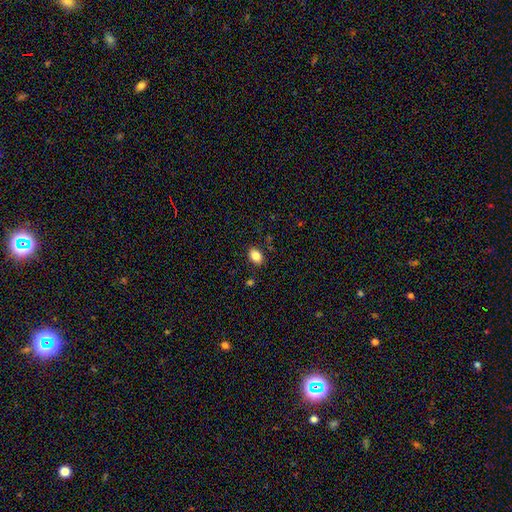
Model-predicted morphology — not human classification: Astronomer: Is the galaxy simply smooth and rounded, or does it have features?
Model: smooth — 84%.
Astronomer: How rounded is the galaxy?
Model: in between — 83%.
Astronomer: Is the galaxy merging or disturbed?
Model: none — 86%.